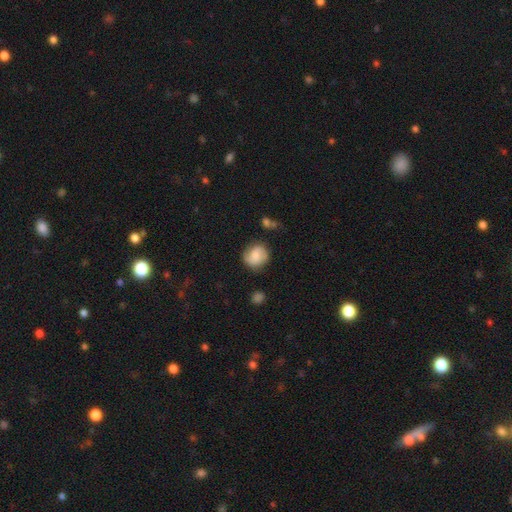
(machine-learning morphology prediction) This is likely a smooth galaxy (62%). How rounded: clearly round (80%). Merging: likely none (73%).